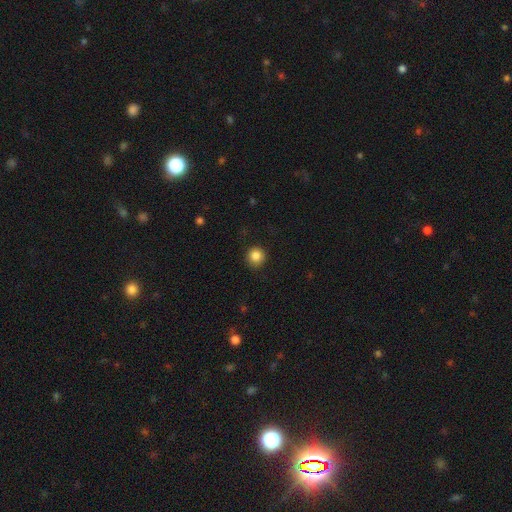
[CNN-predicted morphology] Q: Smooth or featured?
A: smooth (85%); runner-up: star or artifact (10%)
Q: How rounded?
A: round (95%); runner-up: in between (5%)
Q: Merging?
A: none (91%); runner-up: minor disturbance (6%)